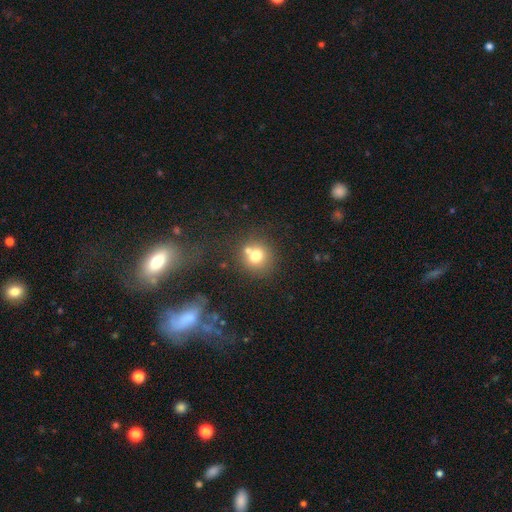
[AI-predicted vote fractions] A smooth galaxy with no disk features (73%) that is round (86%). Merging: none (59%).